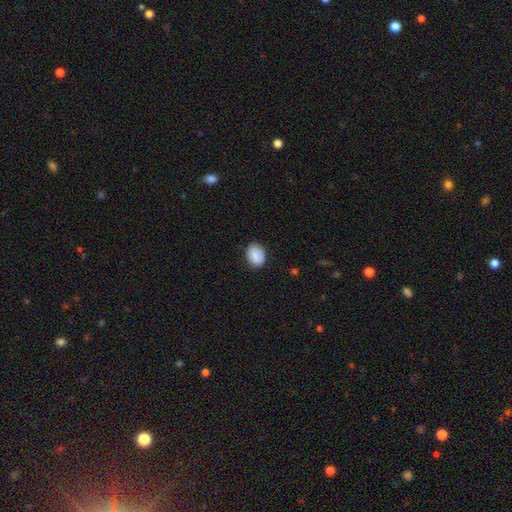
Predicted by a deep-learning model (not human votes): This appears to be a smooth galaxy with no disk features (82%) that is in between round and cigar-shaped (66%). Merging: none (81%).